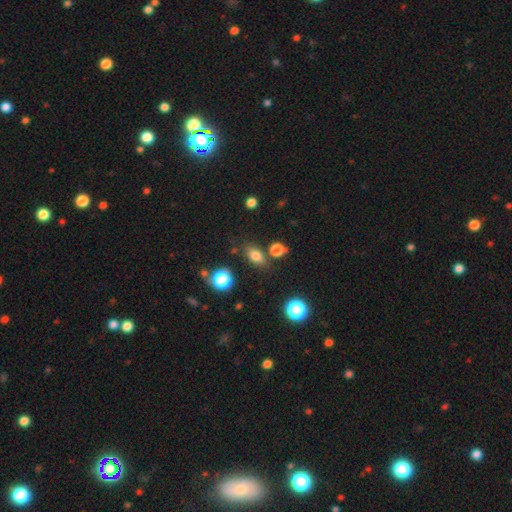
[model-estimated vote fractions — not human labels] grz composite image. It shows a smooth galaxy with no disk features (77%) that is in between round and cigar-shaped (75%). Merging: none (75%).